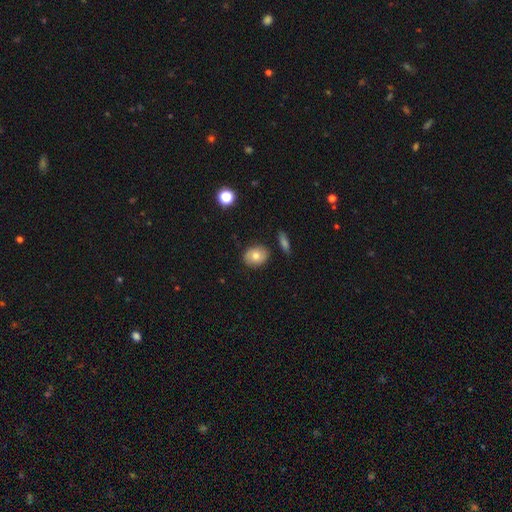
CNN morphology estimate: smooth-or-featured: smooth: 74% | featured or disk: 17% | star or artifact: 9%
  how-rounded: round: 54% | in between: 44% | cigar-shaped: 1%
  merging: none: 83% | minor disturbance: 12% | merger: 3% | major disturbance: 3%